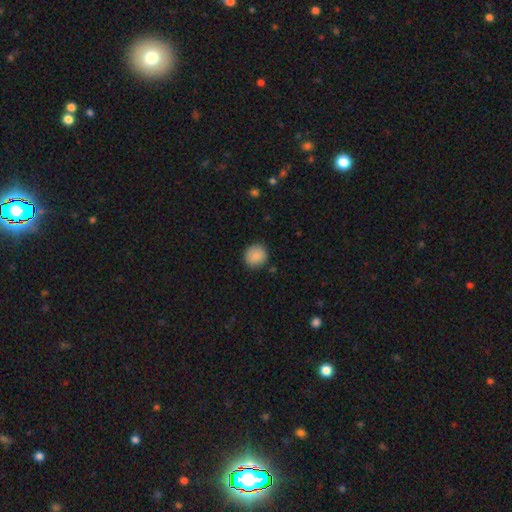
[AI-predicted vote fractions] This is clearly a smooth galaxy (88%). How rounded: clearly round (87%). Merging: clearly none (87%).